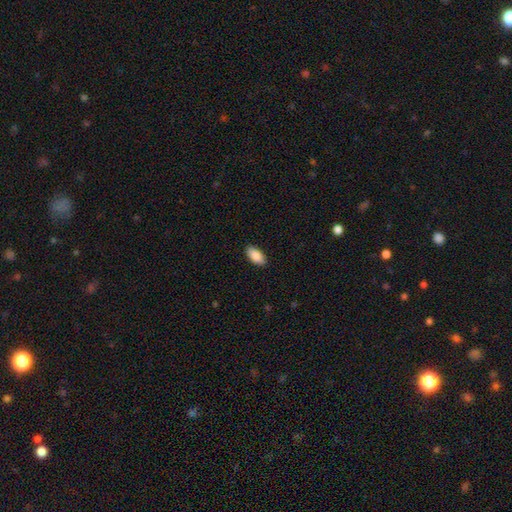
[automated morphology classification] Smooth or featured? smooth (89%)
How rounded? in between (93%)
Merging? none (89%)